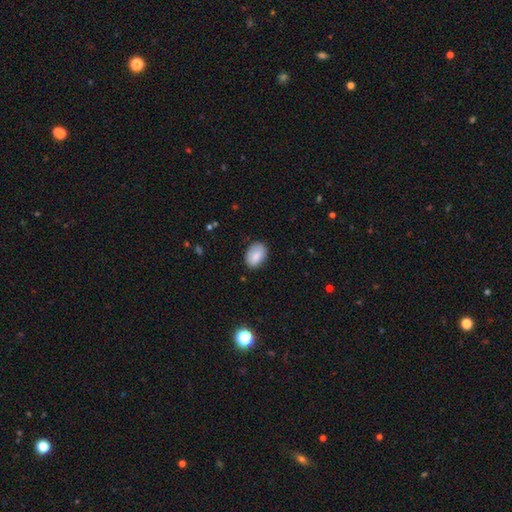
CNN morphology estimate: Smooth or featured? smooth (86%)
How rounded? in between (88%)
Merging? none (81%)